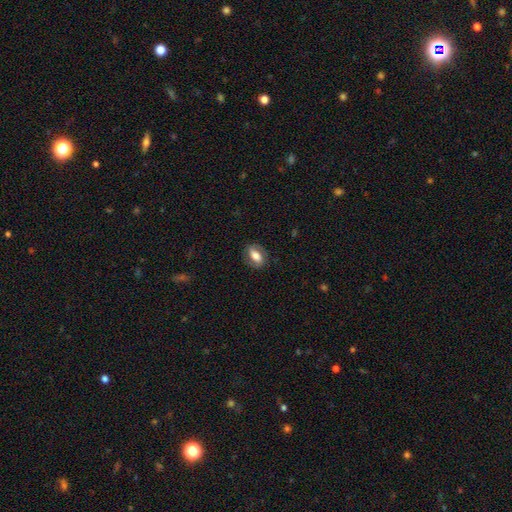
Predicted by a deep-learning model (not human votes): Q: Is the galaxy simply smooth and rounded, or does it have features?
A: smooth — 54%.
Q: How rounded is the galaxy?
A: in between — 82%.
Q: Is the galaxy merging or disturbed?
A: none — 79%.